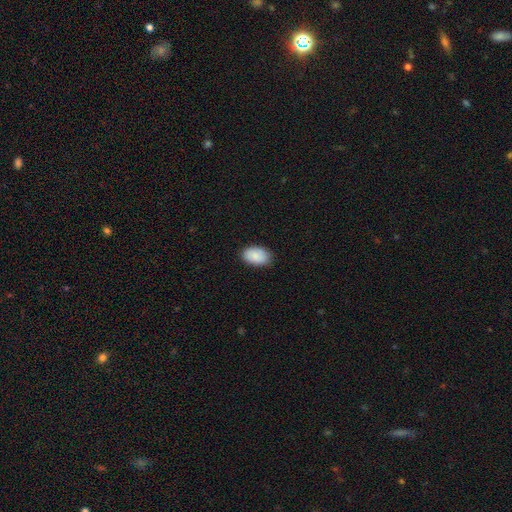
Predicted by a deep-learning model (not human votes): The model was most divided on "merging": none: 86%, minor disturbance: 11%, major disturbance: 2%, merger: 1%. More confident: how rounded — in between (92%); smooth or featured — smooth (88%).